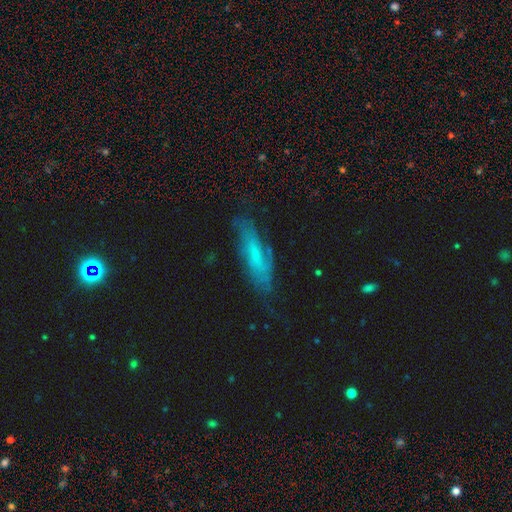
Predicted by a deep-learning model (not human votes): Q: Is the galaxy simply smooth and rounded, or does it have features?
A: featured or disk — 53%.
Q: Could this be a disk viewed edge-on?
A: no — 68%.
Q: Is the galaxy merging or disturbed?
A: none — 64%.